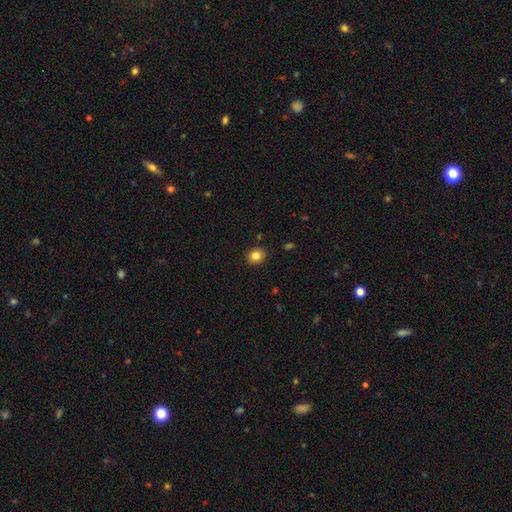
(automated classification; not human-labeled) This appears to be a smooth galaxy with no disk features (83%) that is round (74%). Merging: none (90%).